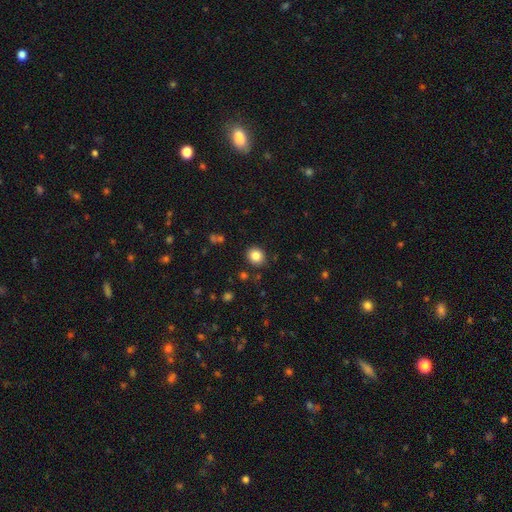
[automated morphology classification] Smooth or featured? Predicted: smooth (p=0.84). How rounded? Predicted: round (p=0.75). Merging? Predicted: none (p=0.88).